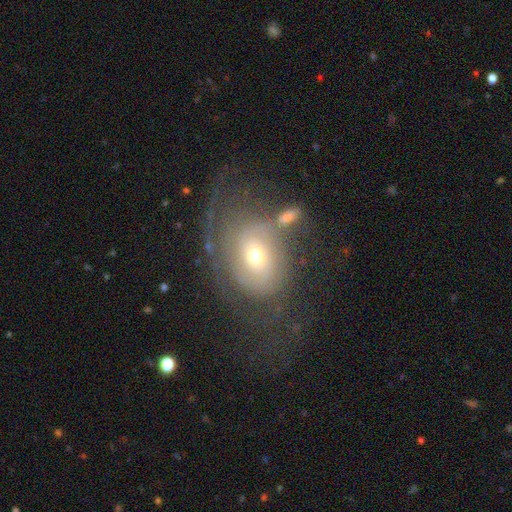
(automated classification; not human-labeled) Smooth or featured?
  - featured or disk: 68% *
  - smooth: 23%
  - star or artifact: 9%
Edge-on disk?
  - no: 95% *
  - yes: 5%
Bar?
  - no: 75% *
  - weak: 20%
  - strong: 5%
Spiral arms?
  - yes: 78% *
  - no: 22%
Spiral winding?
  - tight: 54% *
  - medium: 29%
  - loose: 17%
Spiral arm count?
  - can't tell: 37% * (tied)
  - 2: 37% * (tied)
  - 1: 13%
  - 3: 7%
  - 4: 3%
  - more than 4: 3%
Bulge size?
  - moderate: 53% *
  - small: 41%
  - large: 4%
  - dominant: 1%
  - none: 1%
Merging?
  - none: 43% *
  - major disturbance: 28%
  - minor disturbance: 18%
  - merger: 12%